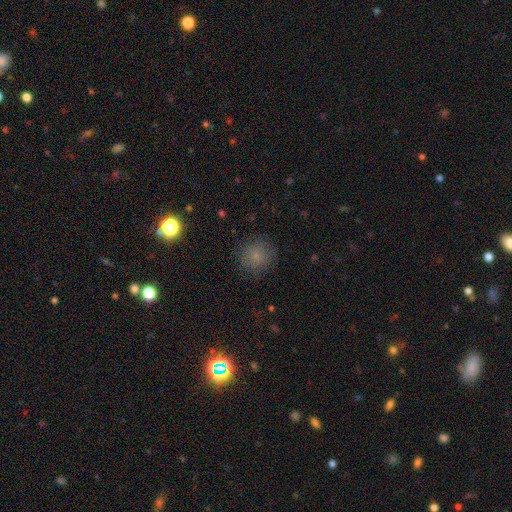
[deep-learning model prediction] smooth_or_featured: smooth (p=0.77) [alt: star or artifact p=0.14]
how_rounded: round (p=0.91) [alt: in between p=0.08]
merging: none (p=0.83) [alt: minor disturbance p=0.12]